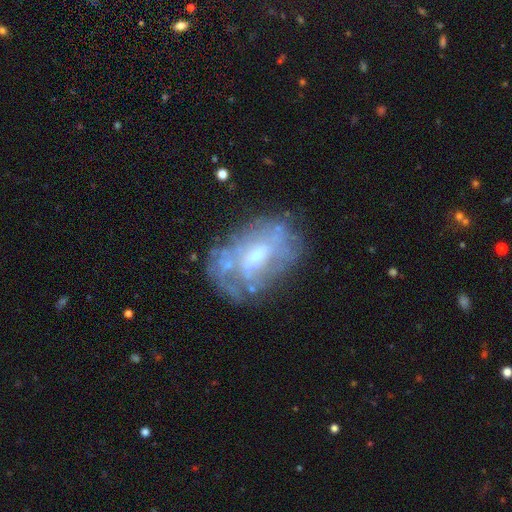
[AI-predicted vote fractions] Smooth or featured?
  - featured or disk: 66% *
  - smooth: 25%
  - star or artifact: 9%
Edge-on disk?
  - no: 95% *
  - yes: 5%
Bar?
  - no: 48% *
  - weak: 41%
  - strong: 10%
Spiral arms?
  - no: 55% *
  - yes: 45%
Bulge size?
  - small: 50% *
  - moderate: 41%
  - none: 5%
  - large: 3%
  - dominant: 1%
Merging?
  - none: 55% *
  - minor disturbance: 24%
  - major disturbance: 16%
  - merger: 6%